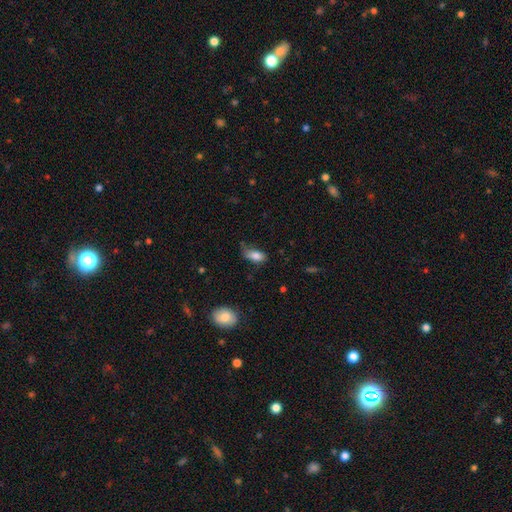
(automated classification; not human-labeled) Smooth or featured?
  - smooth: 82% *
  - featured or disk: 10%
  - star or artifact: 8%
How rounded?
  - in between: 89% *
  - cigar-shaped: 6%
  - round: 5%
Merging?
  - none: 51% *
  - minor disturbance: 35%
  - major disturbance: 11%
  - merger: 3%